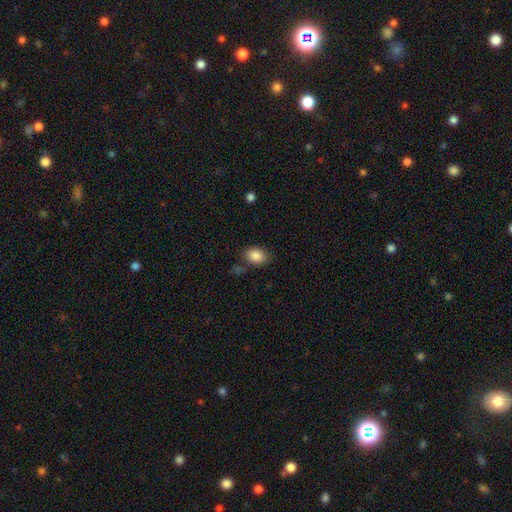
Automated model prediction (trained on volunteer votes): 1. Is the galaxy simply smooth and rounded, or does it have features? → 86% smooth, 8% star or artifact, 6% featured or disk.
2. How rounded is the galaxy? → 75% in between, 24% round, 1% cigar-shaped.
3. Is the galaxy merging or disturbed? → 76% none, 14% minor disturbance, 6% merger, 4% major disturbance.